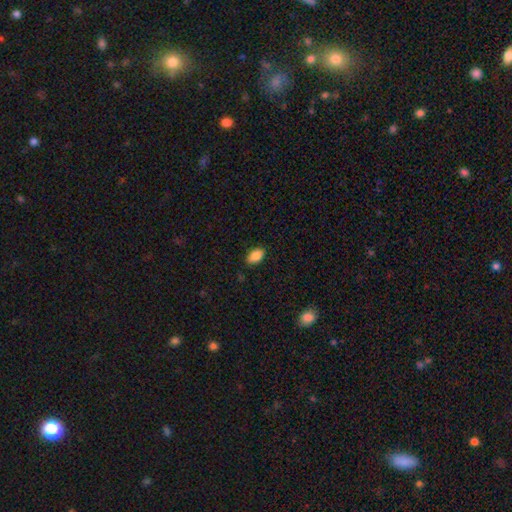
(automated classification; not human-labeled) Smooth or featured?
  - smooth: 88% *
  - star or artifact: 8%
  - featured or disk: 4%
How rounded?
  - in between: 92% *
  - round: 6%
  - cigar-shaped: 2%
Merging?
  - none: 86% *
  - minor disturbance: 11%
  - major disturbance: 2%
  - merger: 1%